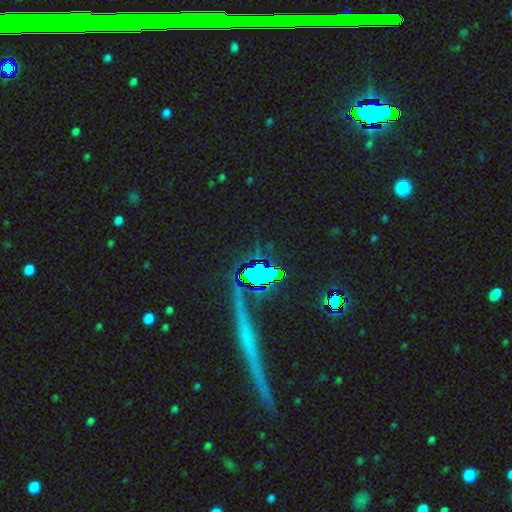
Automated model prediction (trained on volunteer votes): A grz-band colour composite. It shows a star or artifact, not a galaxy (72%).